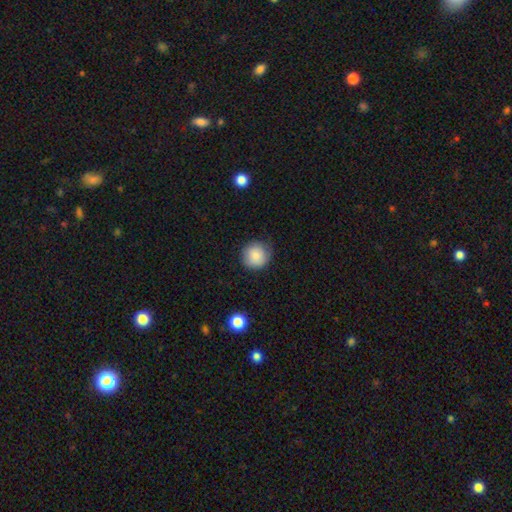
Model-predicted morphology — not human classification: Smooth or featured? Predicted: smooth (p=0.86). How rounded? Predicted: round (p=0.93). Merging? Predicted: none (p=0.79).